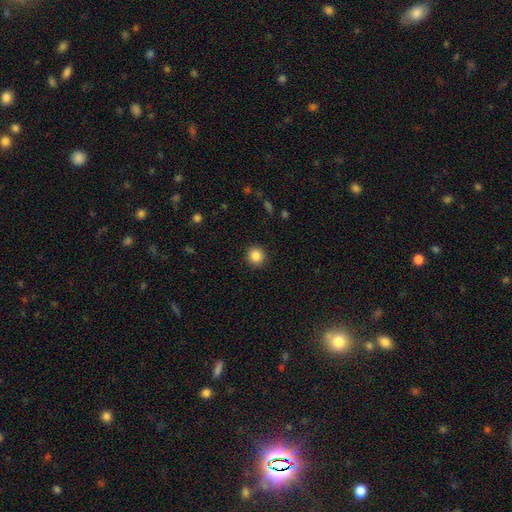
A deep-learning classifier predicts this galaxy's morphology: Smooth or featured?
  - smooth: 86% *
  - star or artifact: 10%
  - featured or disk: 4%
How rounded?
  - round: 93% *
  - in between: 6%
  - cigar-shaped: 1%
Merging?
  - none: 92% *
  - minor disturbance: 5%
  - major disturbance: 2%
  - merger: 1%